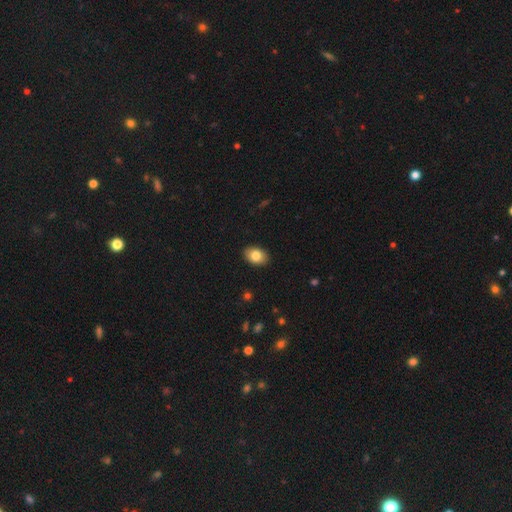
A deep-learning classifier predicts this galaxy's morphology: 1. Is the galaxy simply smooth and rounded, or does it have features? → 82% smooth, 10% featured or disk, 8% star or artifact.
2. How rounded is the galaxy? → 82% in between, 17% round, 1% cigar-shaped.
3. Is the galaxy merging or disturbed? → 90% none, 7% minor disturbance, 2% major disturbance, 1% merger.